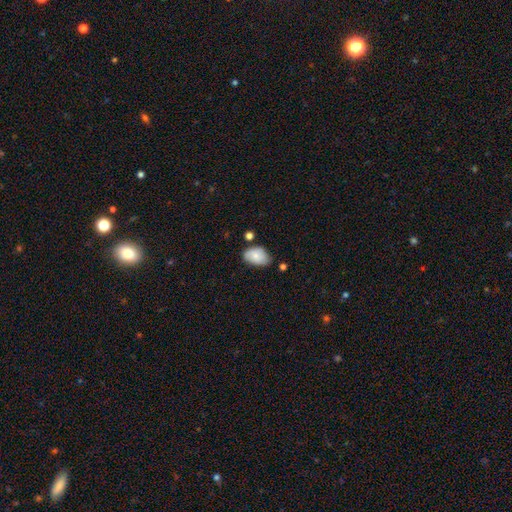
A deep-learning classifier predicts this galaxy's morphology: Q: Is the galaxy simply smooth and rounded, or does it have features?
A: smooth — 78%.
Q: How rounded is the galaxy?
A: in between — 87%.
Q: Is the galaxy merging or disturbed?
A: none — 56%.